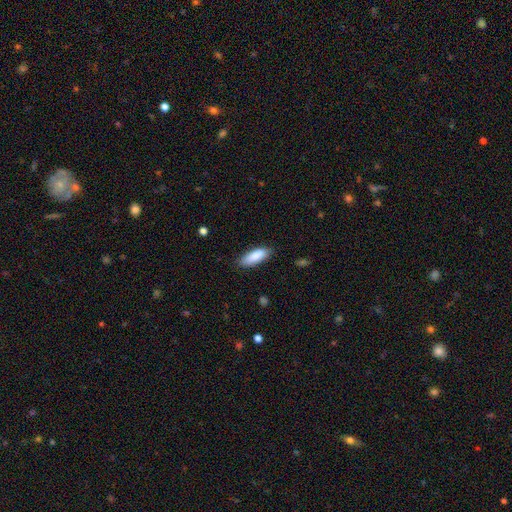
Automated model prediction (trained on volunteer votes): A smooth galaxy with no disk features (88%) that is in between round and cigar-shaped (66%).

Vote fractions:
- Smooth or featured? smooth: 88% / featured or disk: 6% / star or artifact: 6%
- How rounded? in between: 66% / cigar-shaped: 32% / round: 2%
- Merging? none: 83% / minor disturbance: 13% / major disturbance: 2% / merger: 1%